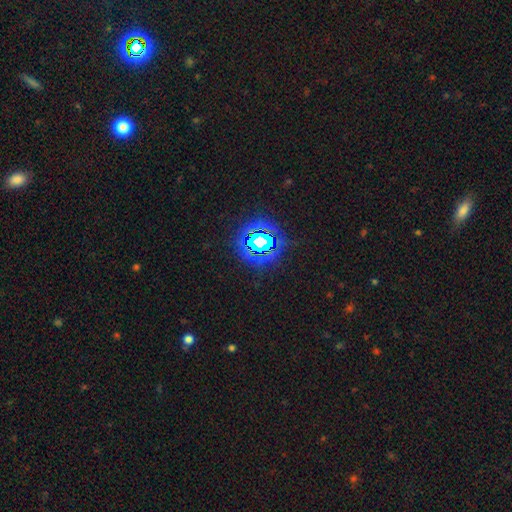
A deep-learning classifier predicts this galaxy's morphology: Q: Smooth or featured?
A: star or artifact (79%); runner-up: smooth (15%)